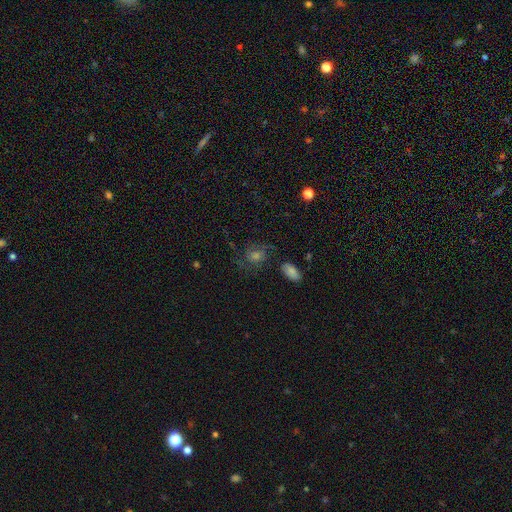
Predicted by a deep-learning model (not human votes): A featured or disk galaxy (55%) with no bar (66%), spiral arms (87%) and a moderate central bulge (45%). Merging: none (66%).